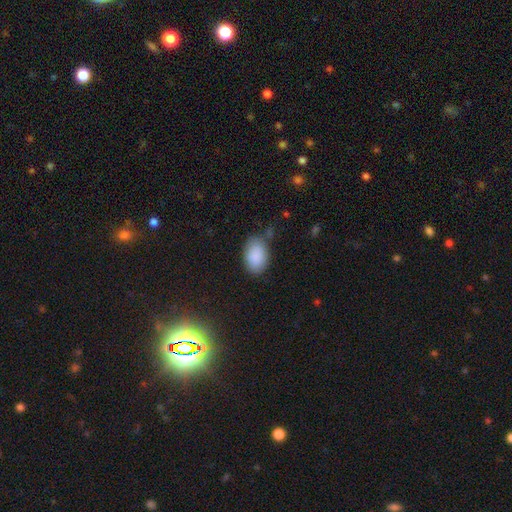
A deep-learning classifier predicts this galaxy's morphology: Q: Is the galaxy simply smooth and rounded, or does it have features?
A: smooth — 89%.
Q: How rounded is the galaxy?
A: in between — 89%.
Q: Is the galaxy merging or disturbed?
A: none — 68%.